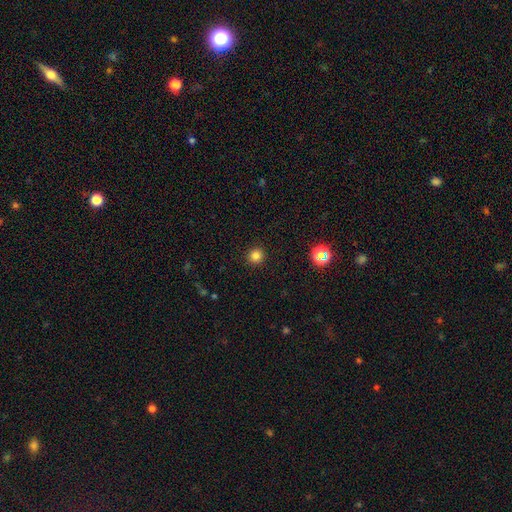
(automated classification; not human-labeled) A smooth galaxy with no disk features (82%) that is round (94%).

Vote fractions:
- Smooth or featured? smooth: 82% / star or artifact: 14% / featured or disk: 4%
- How rounded? round: 94% / in between: 5% / cigar-shaped: 1%
- Merging? none: 92% / minor disturbance: 5% / major disturbance: 2% / merger: 1%